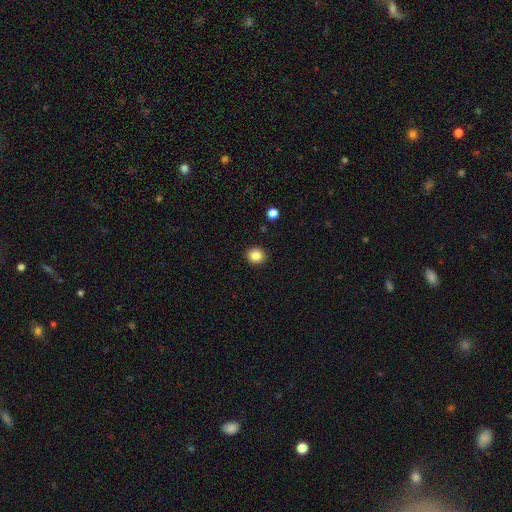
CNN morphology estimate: Overall: smooth (85%). How rounded: round (88%). Merging: none (92%).